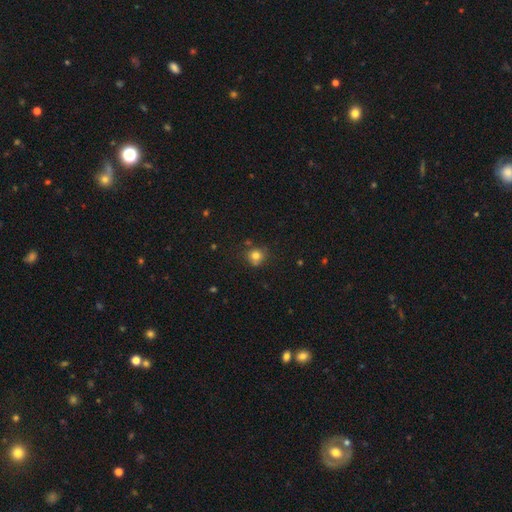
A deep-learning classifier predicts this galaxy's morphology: smooth 79%, star or artifact 13%, featured or disk 8%. Down the decision tree: how rounded — round (85%); merging — none (71%).